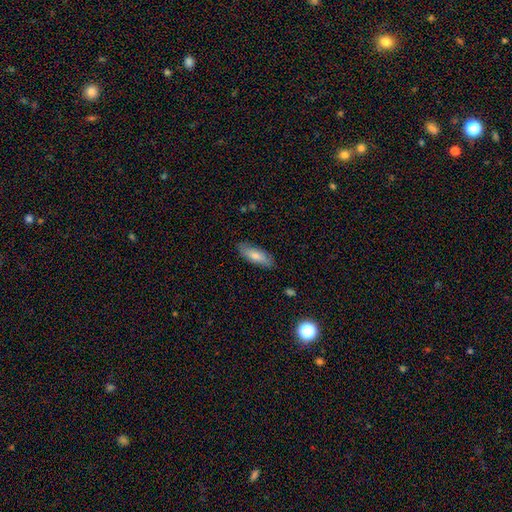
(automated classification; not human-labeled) smooth-or-featured: smooth: 78% | featured or disk: 16% | star or artifact: 6%
  how-rounded: in between: 64% | cigar-shaped: 34% | round: 2%
  merging: none: 84% | minor disturbance: 12% | major disturbance: 2% | merger: 1%